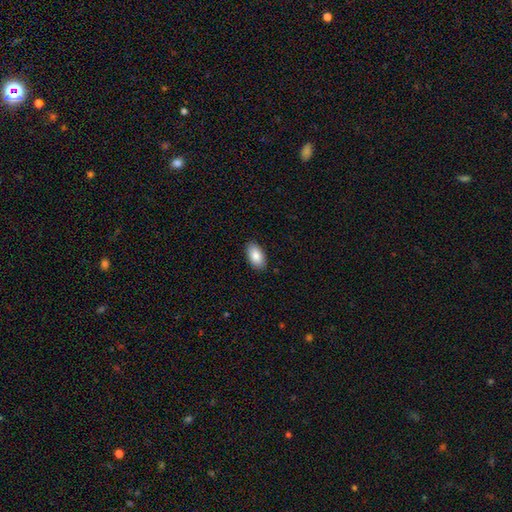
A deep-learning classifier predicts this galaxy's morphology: smooth_or_featured: smooth (p=0.86) [alt: featured or disk p=0.08]
how_rounded: in between (p=0.95) [alt: round p=0.04]
merging: none (p=0.88) [alt: minor disturbance p=0.09]